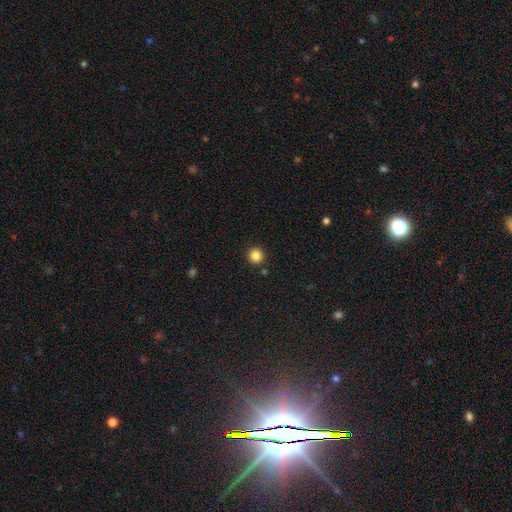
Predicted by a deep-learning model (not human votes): smooth_or_featured: smooth (p=0.85) [alt: star or artifact p=0.12]
how_rounded: round (p=0.96) [alt: in between p=0.03]
merging: none (p=0.91) [alt: minor disturbance p=0.05]